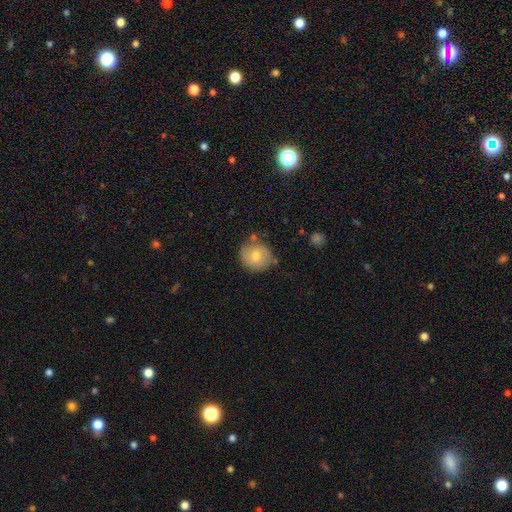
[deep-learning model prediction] Q: Smooth or featured?
A: smooth (68%); runner-up: featured or disk (22%)
Q: How rounded?
A: round (86%); runner-up: in between (13%)
Q: Merging?
A: none (75%); runner-up: minor disturbance (17%)